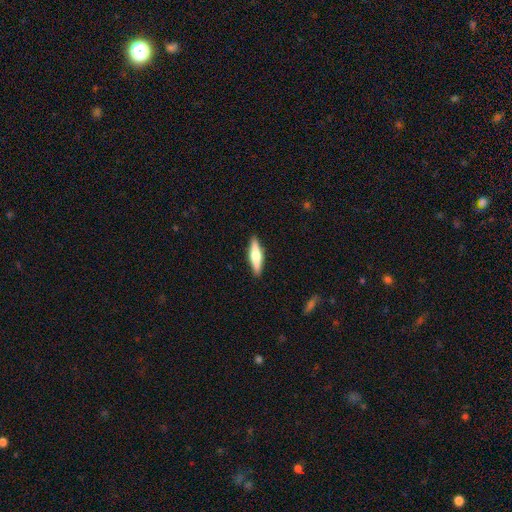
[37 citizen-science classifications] A smooth galaxy with no disk features (65%) that is cigar-shaped (75%). Merging: none (77%).